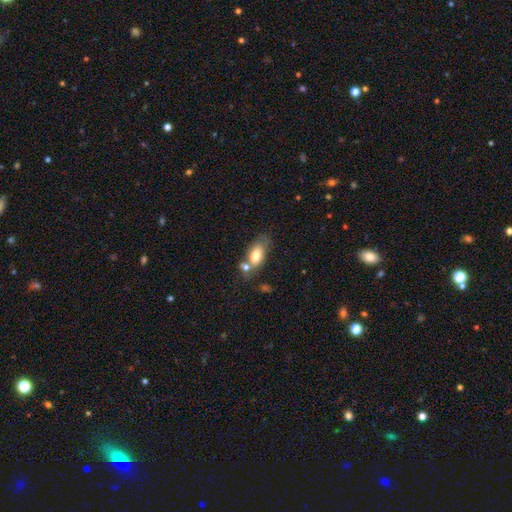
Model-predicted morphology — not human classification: Q: Smooth or featured?
A: smooth (73%); runner-up: featured or disk (20%)
Q: How rounded?
A: in between (87%); runner-up: cigar-shaped (7%)
Q: Merging?
A: none (45%); runner-up: merger (29%)